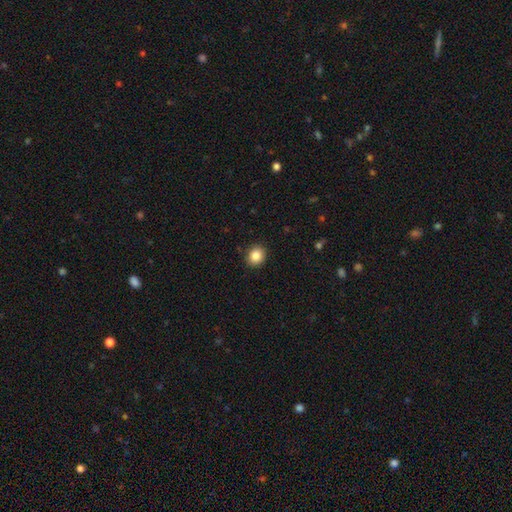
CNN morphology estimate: smooth-or-featured: smooth: 85% | star or artifact: 9% | featured or disk: 5%
  how-rounded: round: 69% | in between: 30% | cigar-shaped: 1%
  merging: none: 90% | minor disturbance: 7% | major disturbance: 2% | merger: 1%